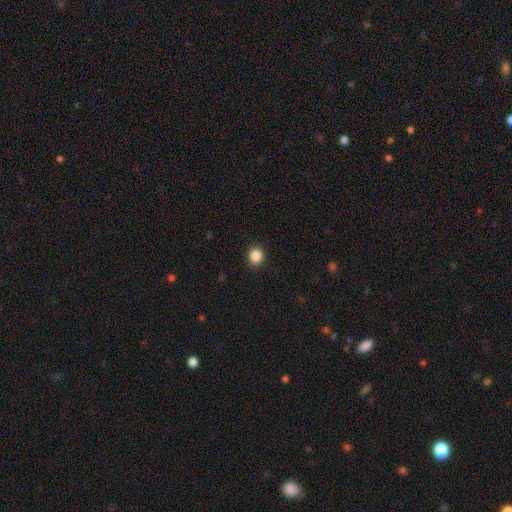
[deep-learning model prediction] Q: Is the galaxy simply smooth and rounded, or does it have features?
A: smooth — 87%.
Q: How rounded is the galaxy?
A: round — 81%.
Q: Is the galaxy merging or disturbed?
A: none — 91%.